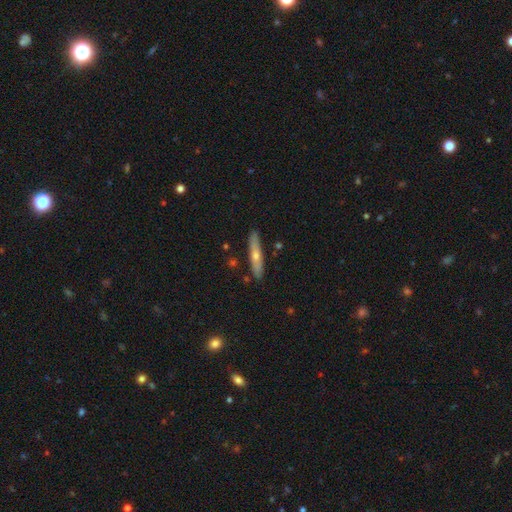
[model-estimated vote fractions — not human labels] Smooth or featured? featured or disk (49%)
Merging? none (87%)